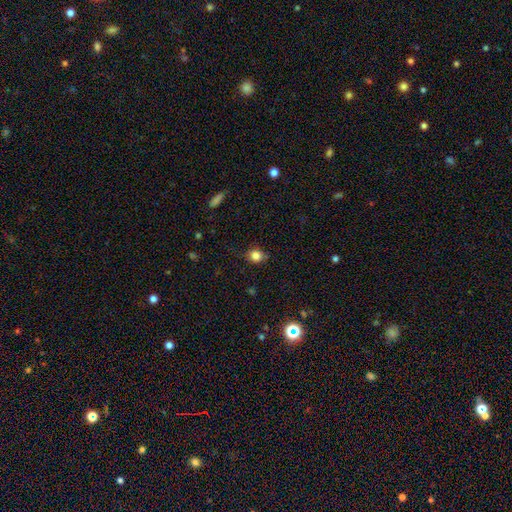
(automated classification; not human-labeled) Smooth or featured: smooth — 81% (star or artifact — 12%)
How rounded: round — 70% (in between — 29%)
Merging: none — 77% (minor disturbance — 18%)